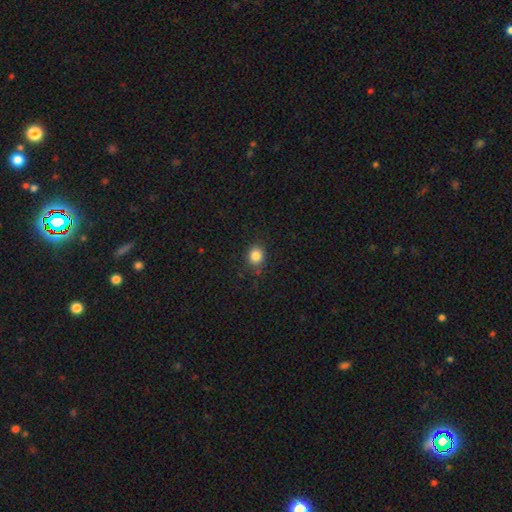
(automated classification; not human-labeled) This is clearly a smooth galaxy (85%). How rounded: likely round (77%). Merging: clearly none (84%).